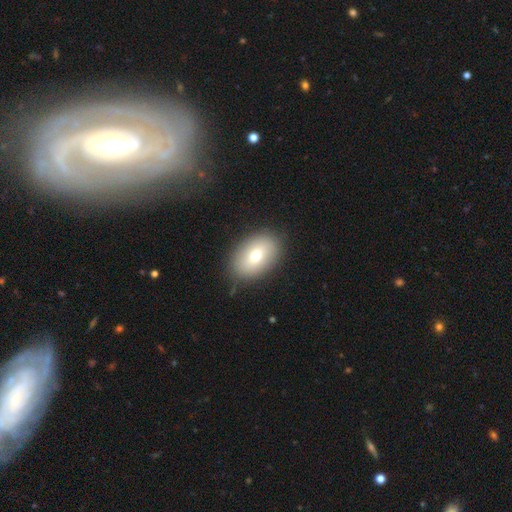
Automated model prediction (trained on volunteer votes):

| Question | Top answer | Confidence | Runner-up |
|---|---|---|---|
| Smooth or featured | smooth | 72% | featured or disk (20%) |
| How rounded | in between | 87% | round (12%) |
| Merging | none | 86% | minor disturbance (10%) |